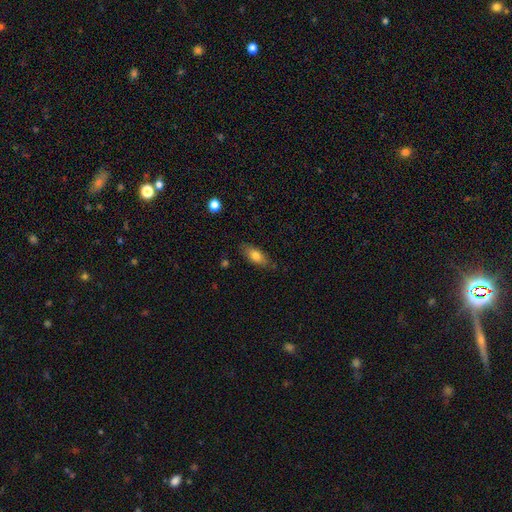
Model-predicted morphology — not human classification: A smooth galaxy with no disk features (75%) that is in between round and cigar-shaped (79%). Merging: none (80%).